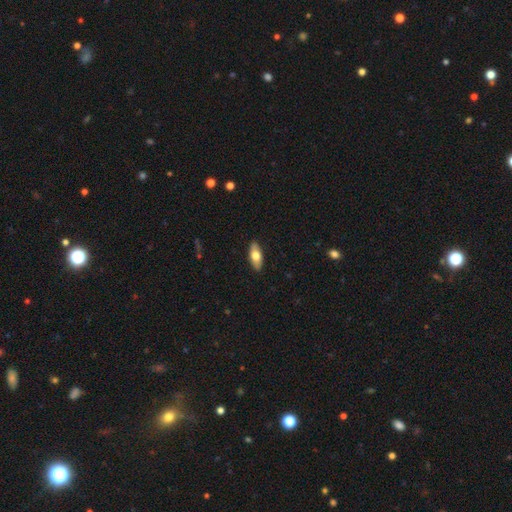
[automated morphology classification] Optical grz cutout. It shows a smooth galaxy with no disk features (70%) that is in between round and cigar-shaped (81%). Merging: none (89%).